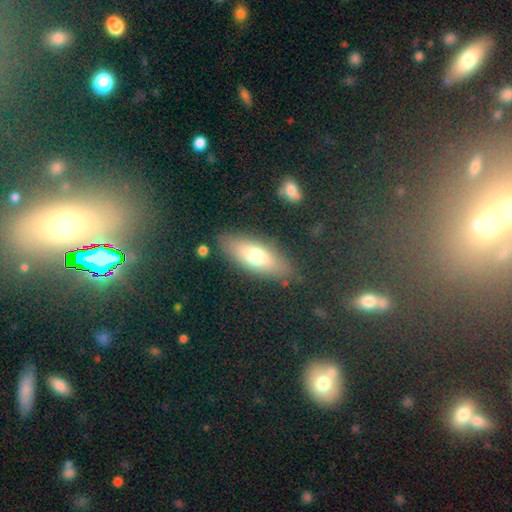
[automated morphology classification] This appears to be a smooth galaxy with no disk features (68%) that is in between round and cigar-shaped (67%). Merging: none (80%).